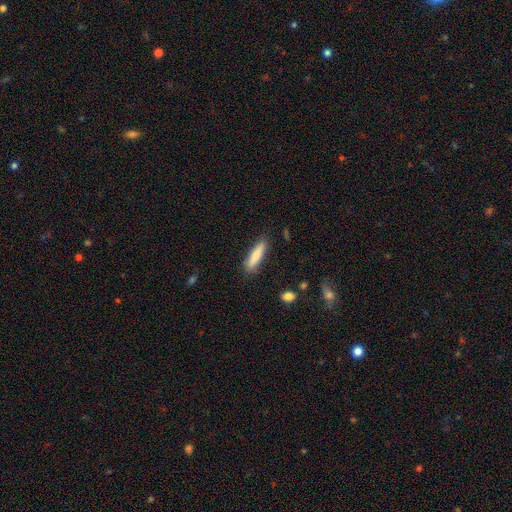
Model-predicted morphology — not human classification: Smooth or featured: smooth — 82% (featured or disk — 12%)
How rounded: cigar-shaped — 77% (in between — 22%)
Merging: none — 84% (minor disturbance — 12%)